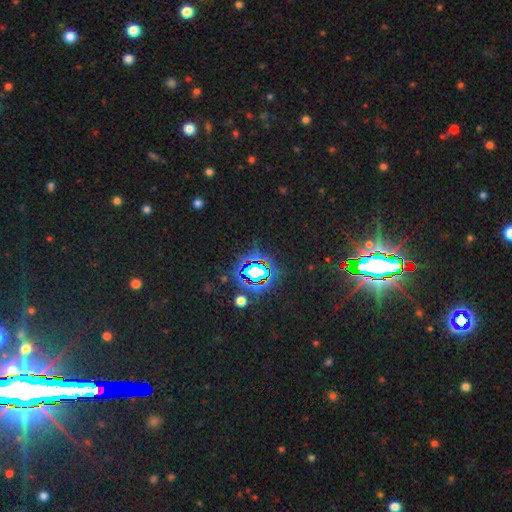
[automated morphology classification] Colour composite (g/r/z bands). It shows a star or artifact, not a galaxy (84%).